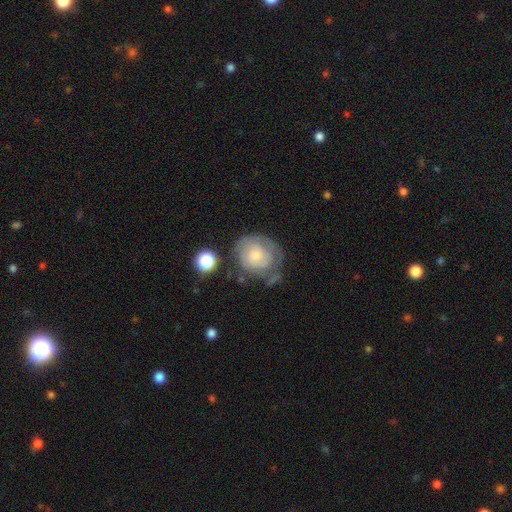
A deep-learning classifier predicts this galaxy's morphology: This is possibly a featured or disk galaxy (55%). It is clearly not viewed edge-on (97%). Bar: likely no (77%). Spiral arm pattern: likely yes (74%). Central bulge: possibly small (53%). Merging: possibly none (49%).